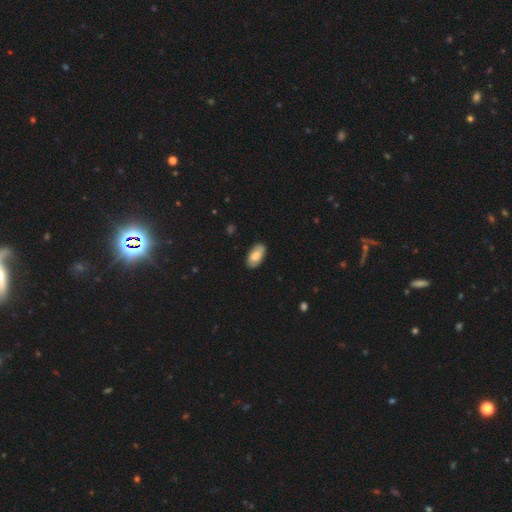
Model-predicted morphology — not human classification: Smooth or featured?
  - smooth: 76% *
  - featured or disk: 18%
  - star or artifact: 6%
How rounded?
  - in between: 94% *
  - cigar-shaped: 3%
  - round: 3%
Merging?
  - none: 85% *
  - minor disturbance: 12%
  - major disturbance: 2%
  - merger: 1%